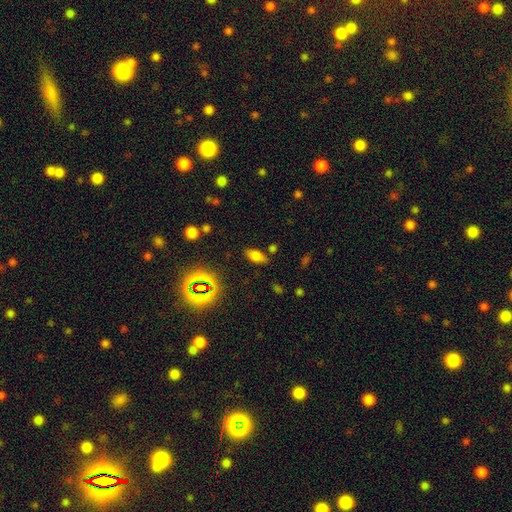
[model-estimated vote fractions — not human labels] smooth 68%, star or artifact 19%, featured or disk 13%. Down the decision tree: how rounded — in between (85%); merging — none (79%).